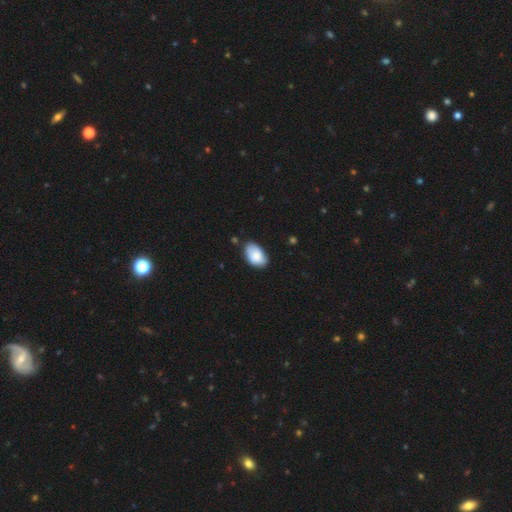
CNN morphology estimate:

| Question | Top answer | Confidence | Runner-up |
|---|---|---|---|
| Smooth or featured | smooth | 83% | featured or disk (11%) |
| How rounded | in between | 92% | round (7%) |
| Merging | none | 61% | minor disturbance (30%) |